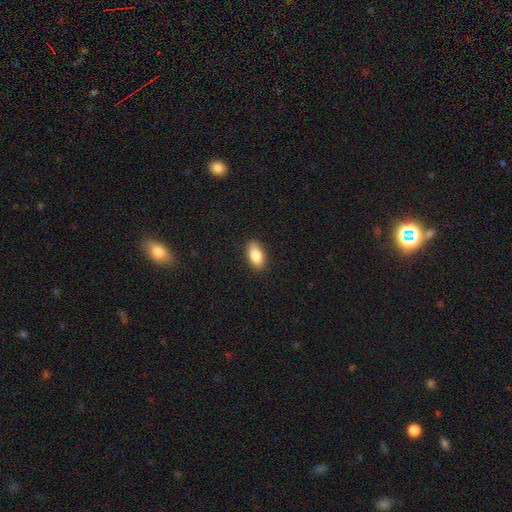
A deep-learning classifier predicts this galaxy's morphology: Q: Smooth or featured?
A: smooth (84%); runner-up: featured or disk (9%)
Q: How rounded?
A: in between (90%); runner-up: cigar-shaped (5%)
Q: Merging?
A: none (86%); runner-up: minor disturbance (11%)